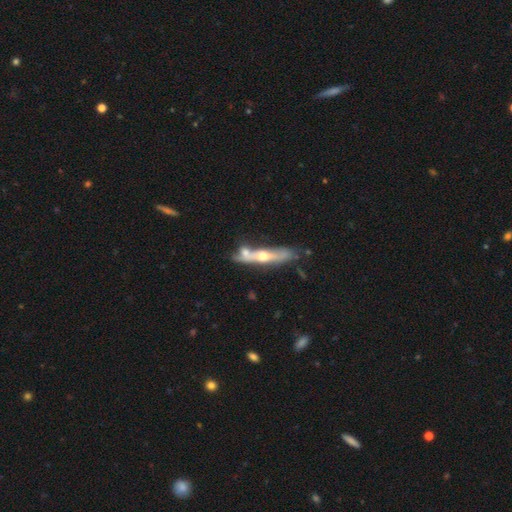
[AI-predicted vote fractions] A featured or disk galaxy (66%) viewed edge-on (81%) with a rounded central bulge (89%).

Vote fractions:
- Smooth or featured? featured or disk: 66% / smooth: 27% / star or artifact: 7%
- Edge-on disk? yes: 81% / no: 19%
- Edge-on bulge? rounded: 89% / none: 8% / boxy: 3%
- Merging? none: 51% / merger: 26% / minor disturbance: 17% / major disturbance: 6%